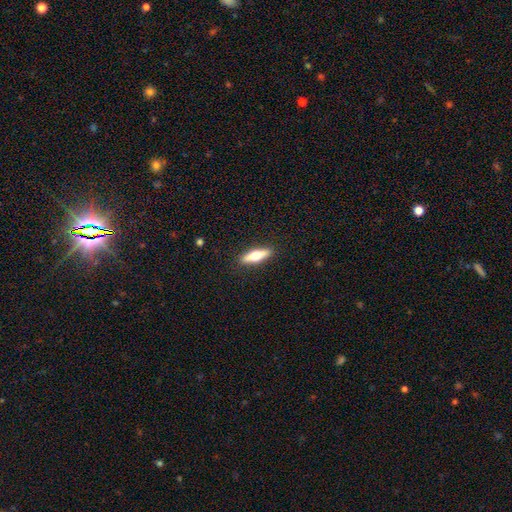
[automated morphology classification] smooth 51%, featured or disk 43%, star or artifact 6%. Down the decision tree: how rounded — cigar-shaped (67%); merging — none (90%).